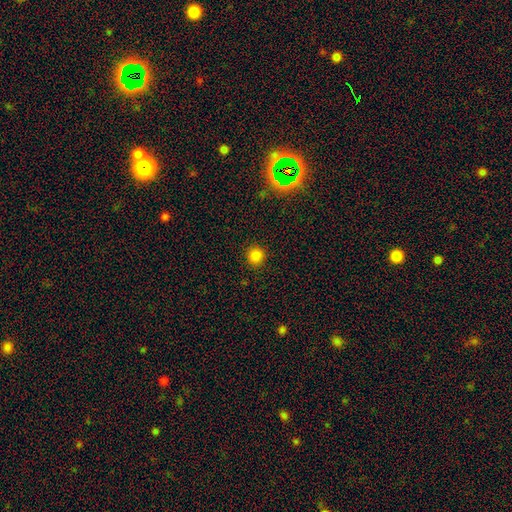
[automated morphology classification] Q: Smooth or featured?
A: smooth (84%); runner-up: star or artifact (13%)
Q: How rounded?
A: round (92%); runner-up: in between (7%)
Q: Merging?
A: none (91%); runner-up: minor disturbance (6%)